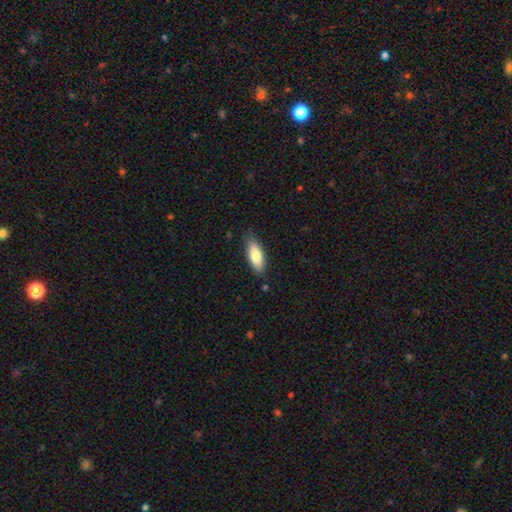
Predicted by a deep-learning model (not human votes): Morphology: type=smooth (79%); roundness=in between (72%); merging=none (79%).